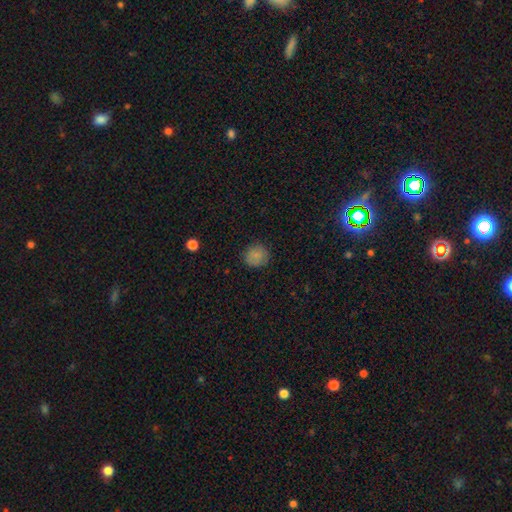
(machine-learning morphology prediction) smooth 82%, star or artifact 11%, featured or disk 8%. Down the decision tree: how rounded — round (87%); merging — none (84%).